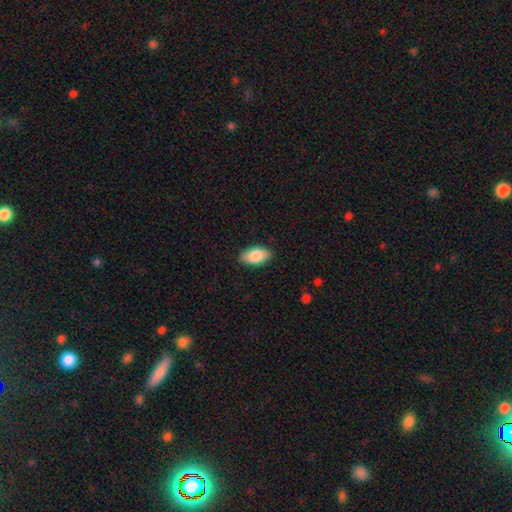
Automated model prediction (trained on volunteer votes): Smooth or featured?
  - smooth: 85% *
  - featured or disk: 9%
  - star or artifact: 6%
How rounded?
  - in between: 93% *
  - cigar-shaped: 3%
  - round: 3%
Merging?
  - none: 87% *
  - minor disturbance: 10%
  - major disturbance: 2%
  - merger: 1%